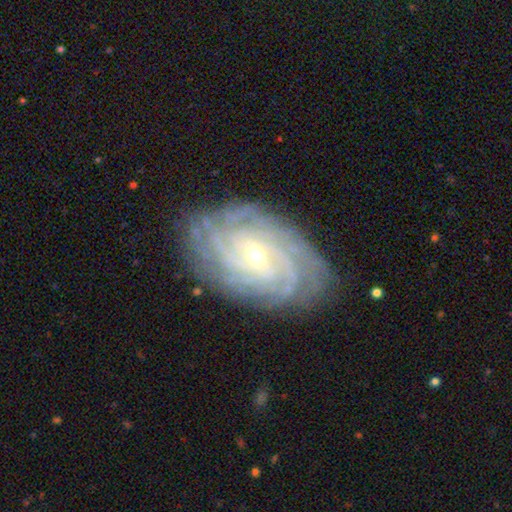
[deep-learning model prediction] This appears to be a featured or disk galaxy (89%) with a weak bar (49%), tight (80%) spiral arms (97%) and a small central bulge (66%). Merging: none (83%).